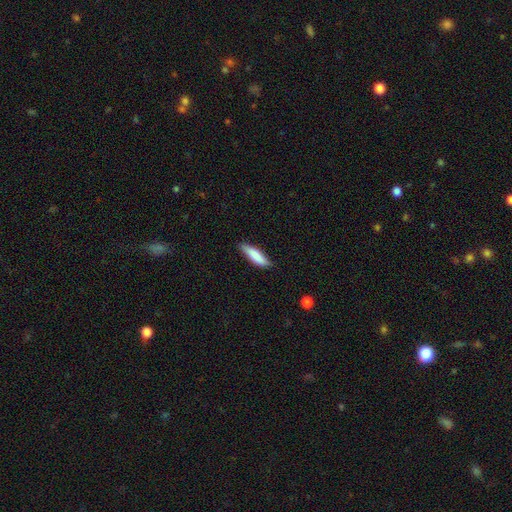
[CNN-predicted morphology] smooth-or-featured: smooth: 82% | featured or disk: 12% | star or artifact: 6%
  how-rounded: cigar-shaped: 67% | in between: 32% | round: 1%
  merging: none: 81% | minor disturbance: 16% | major disturbance: 2% | merger: 1%